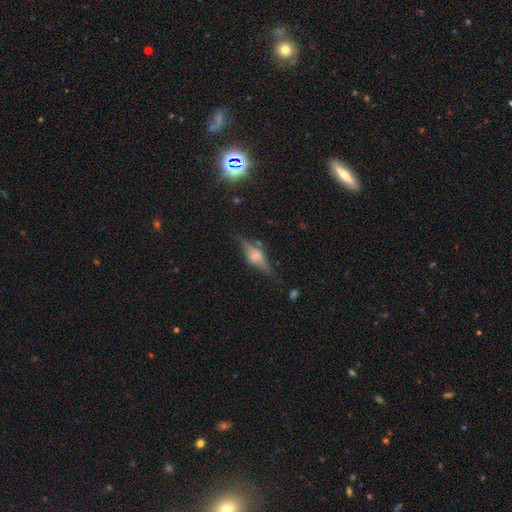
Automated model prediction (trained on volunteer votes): Smooth or featured: featured or disk — 67% (smooth — 24%)
Edge-on disk: yes — 94% (no — 6%)
Edge-on bulge: rounded — 85% (boxy — 12%)
Merging: none — 77% (minor disturbance — 15%)